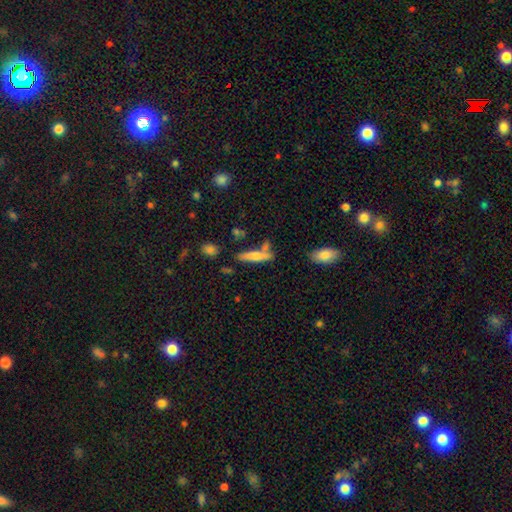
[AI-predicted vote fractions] smooth 65%, featured or disk 28%, star or artifact 7%. Down the decision tree: how rounded — cigar-shaped (79%); merging — none (58%).